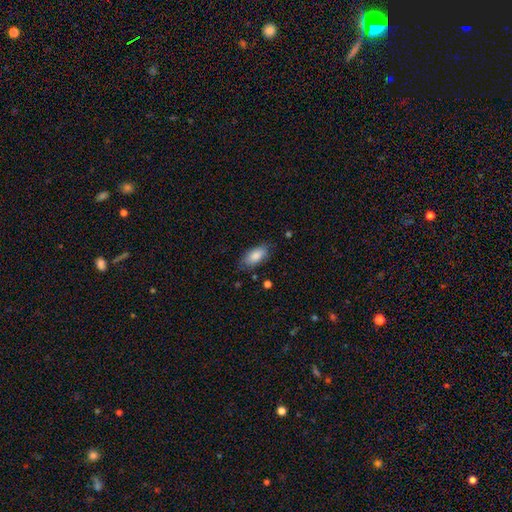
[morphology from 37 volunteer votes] Overall: smooth (92%). How rounded: in between (91%). Merging: none (76%).